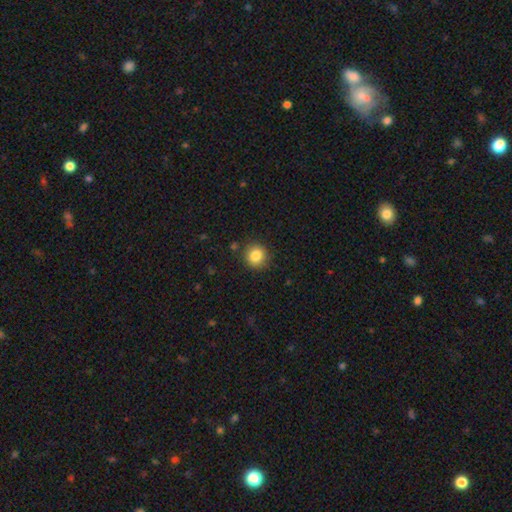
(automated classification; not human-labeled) Smooth or featured? Predicted: smooth (p=0.84). How rounded? Predicted: round (p=0.90). Merging? Predicted: none (p=0.88).